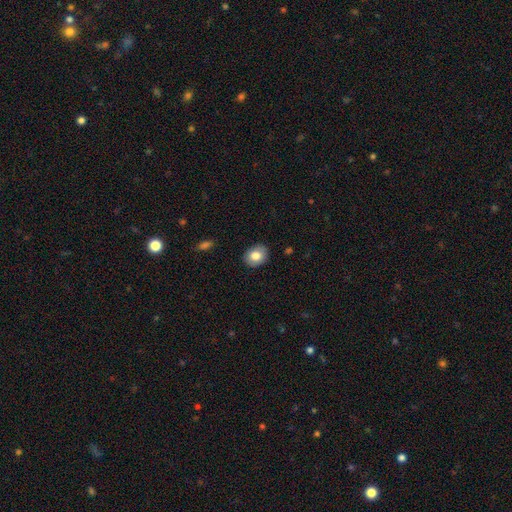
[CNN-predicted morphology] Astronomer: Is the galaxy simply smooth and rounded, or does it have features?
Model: smooth — 80%.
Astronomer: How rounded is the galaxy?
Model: in between — 51% (runner-up: round, 48%).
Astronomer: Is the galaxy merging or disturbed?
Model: none — 88%.